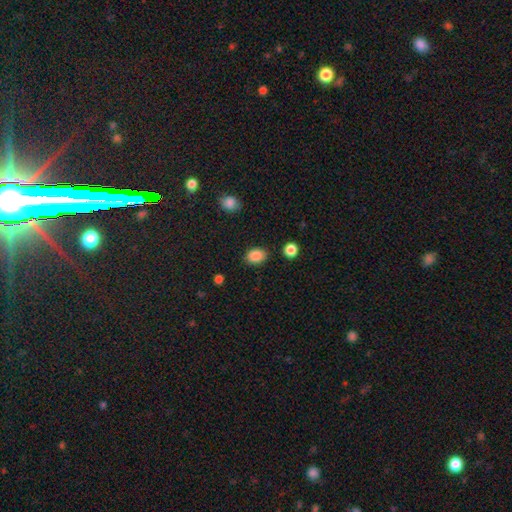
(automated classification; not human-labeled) smooth-or-featured: smooth: 88% | star or artifact: 9% | featured or disk: 4%
  how-rounded: in between: 71% | round: 28% | cigar-shaped: 1%
  merging: none: 85% | minor disturbance: 10% | major disturbance: 3% | merger: 2%